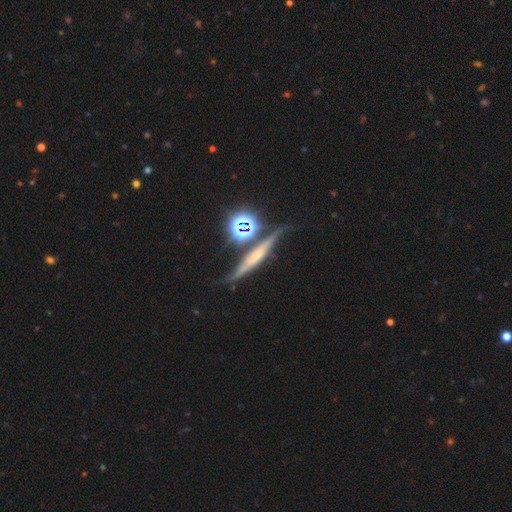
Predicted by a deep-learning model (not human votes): This appears to be a featured or disk galaxy (49%). Merging: none (65%).